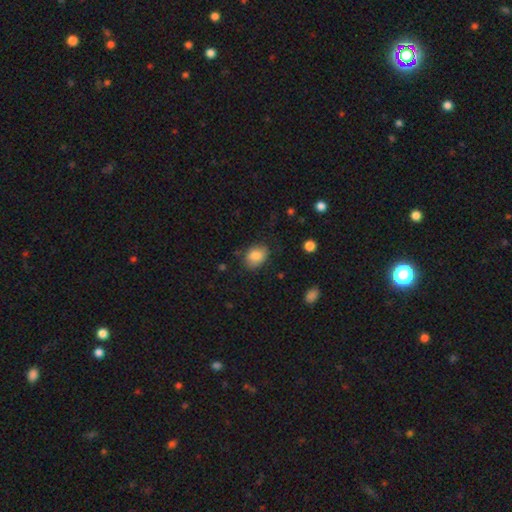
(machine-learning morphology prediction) This appears to be a smooth galaxy with no disk features (84%) that is in between round and cigar-shaped (69%). Merging: none (78%).